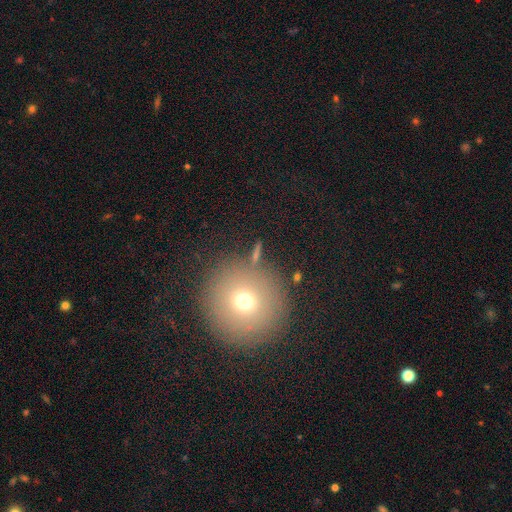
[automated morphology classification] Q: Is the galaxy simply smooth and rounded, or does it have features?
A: smooth — 66%.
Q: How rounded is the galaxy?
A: round — 95%.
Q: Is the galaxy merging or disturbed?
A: none — 87%.